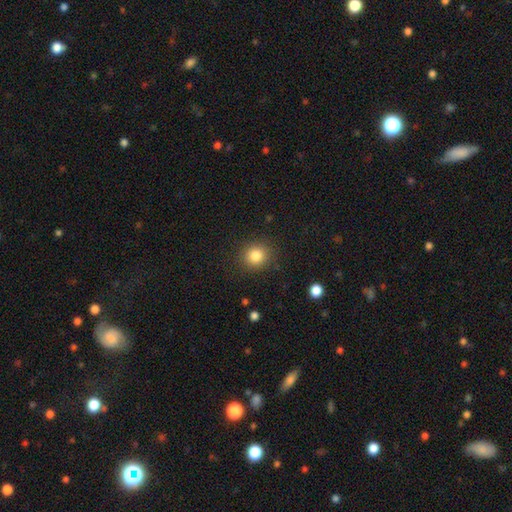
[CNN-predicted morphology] smooth_or_featured: smooth (p=0.83) [alt: star or artifact p=0.11]
how_rounded: round (p=0.84) [alt: in between p=0.15]
merging: none (p=0.87) [alt: minor disturbance p=0.08]